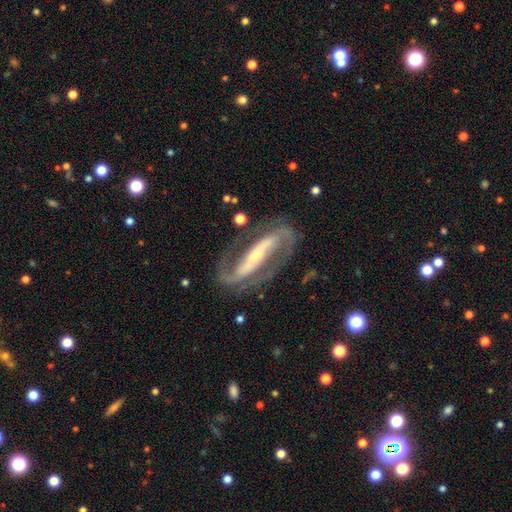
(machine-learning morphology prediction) Smooth or featured? featured or disk (91%)
Edge-on disk? no (91%)
Bar? strong (76%)
Spiral arms? yes (95%)
Spiral winding? medium (50%)
Spiral arm count? 2 (92%)
Bulge size? small (65%)
Merging? none (80%)